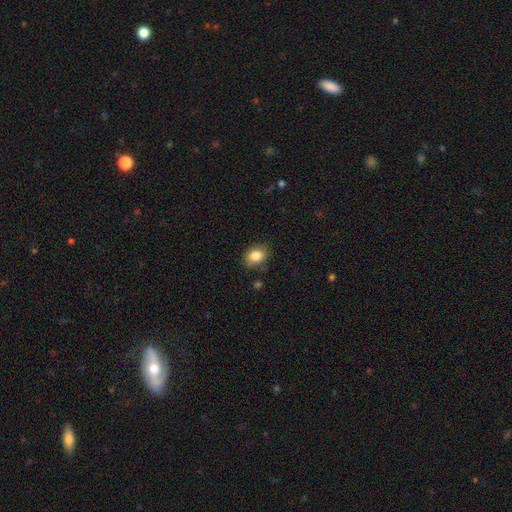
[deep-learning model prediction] The model was most divided on "how rounded": in between: 59%, round: 40%, cigar-shaped: 1%. More confident: smooth or featured — smooth (84%); merging — none (81%).